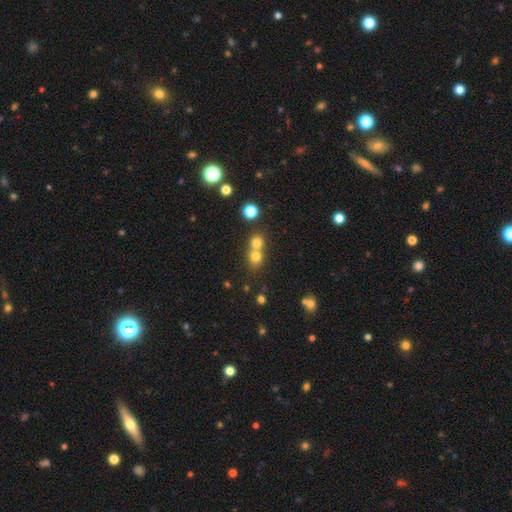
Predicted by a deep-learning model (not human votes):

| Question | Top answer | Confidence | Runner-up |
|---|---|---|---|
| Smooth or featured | smooth | 73% | star or artifact (16%) |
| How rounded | round | 80% | in between (19%) |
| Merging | merger | 54% | none (39%) |